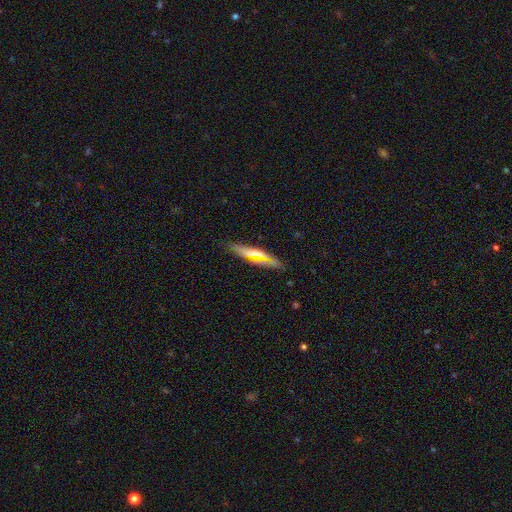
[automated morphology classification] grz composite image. It shows a smooth galaxy with no disk features (47%). Merging: none (81%).